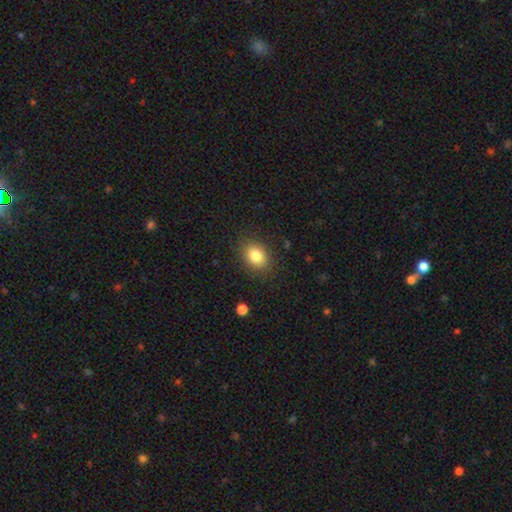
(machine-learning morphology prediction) This is clearly a smooth galaxy (83%). How rounded: likely in between (60%). Merging: clearly none (85%).